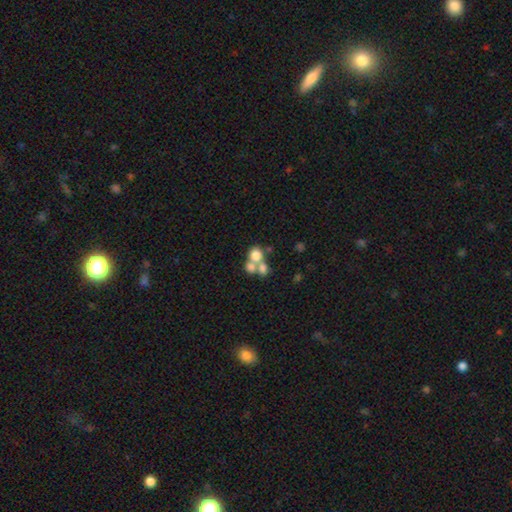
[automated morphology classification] Overall: smooth (67%). How rounded: round (77%). Merging: merger (60%; none 30%).